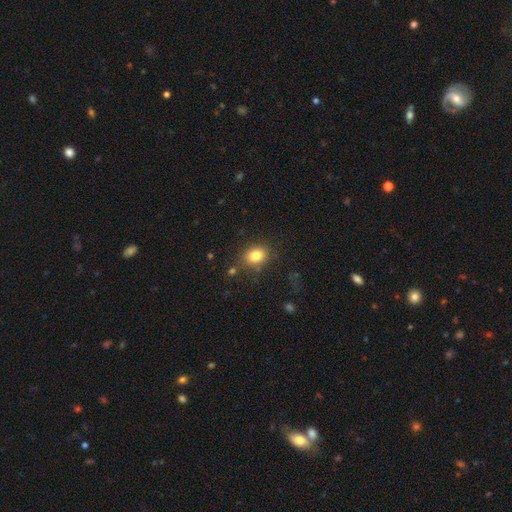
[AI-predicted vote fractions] This appears to be a smooth galaxy with no disk features (81%) that is round (51%). Merging: none (76%).